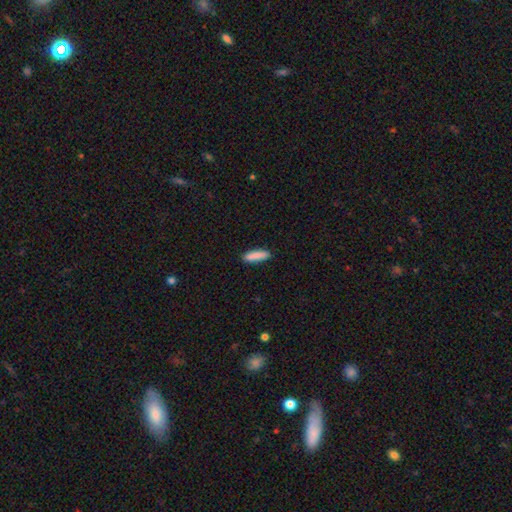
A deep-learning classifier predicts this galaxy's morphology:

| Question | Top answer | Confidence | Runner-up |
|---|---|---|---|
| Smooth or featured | smooth | 88% | star or artifact (6%) |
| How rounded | cigar-shaped | 67% | in between (32%) |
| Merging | none | 87% | minor disturbance (10%) |